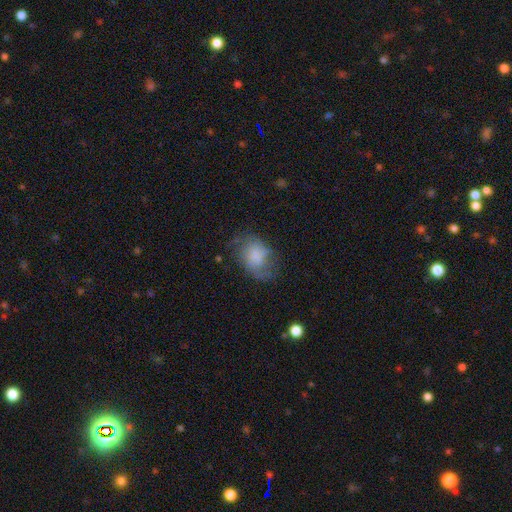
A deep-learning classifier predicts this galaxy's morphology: Overall: smooth (57%; featured or disk 34%). How rounded: in between (73%). Merging: none (47%; minor disturbance 28%).